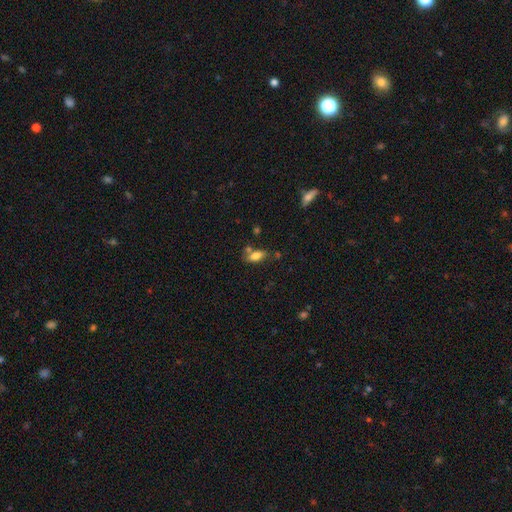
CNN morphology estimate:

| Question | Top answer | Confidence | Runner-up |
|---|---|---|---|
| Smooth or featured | smooth | 76% | featured or disk (15%) |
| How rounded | in between | 84% | cigar-shaped (12%) |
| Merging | none | 56% | minor disturbance (20%) |